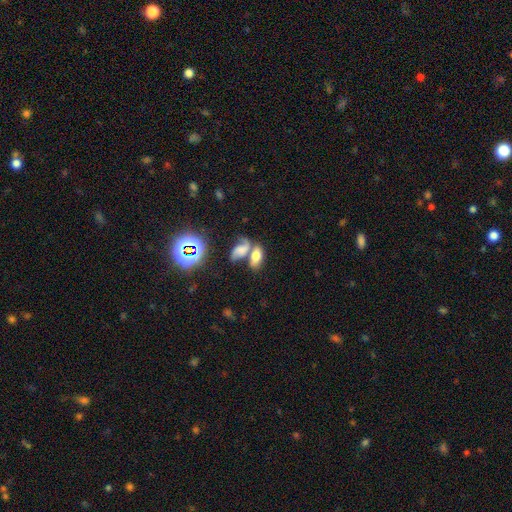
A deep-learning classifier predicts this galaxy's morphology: Smooth or featured? Predicted: smooth (p=0.64). How rounded? Predicted: in between (p=0.85). Merging? Predicted: merger (p=0.51).